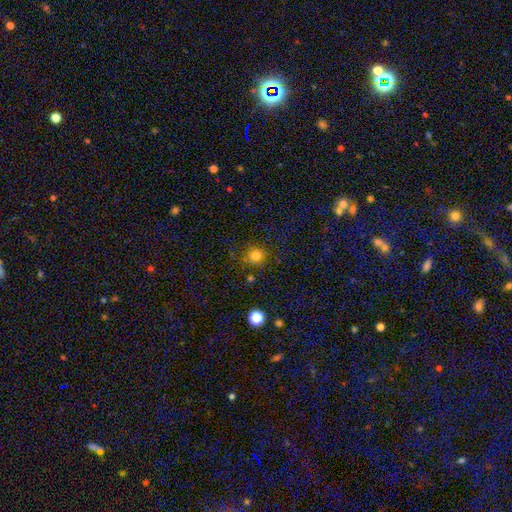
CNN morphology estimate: A smooth galaxy with no disk features (78%) that is round (91%). Merging: none (81%).